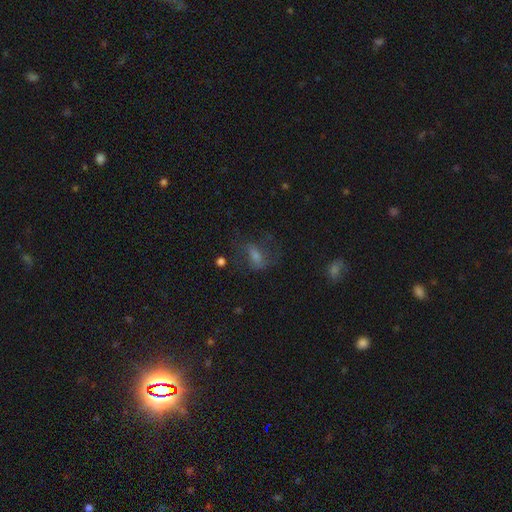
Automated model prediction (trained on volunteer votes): A featured or disk galaxy (38%). Merging: none (58%).